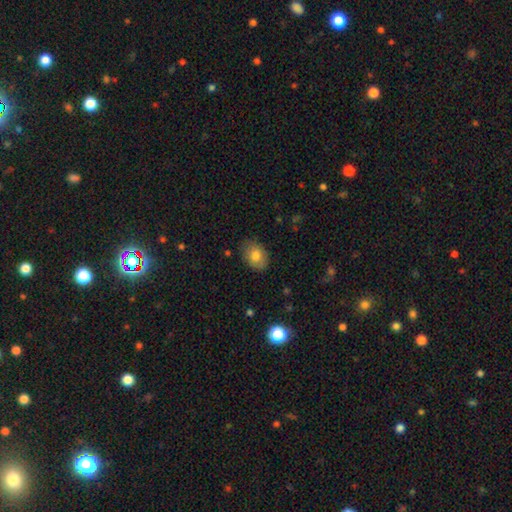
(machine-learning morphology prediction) type=smooth (79%); roundness=in between (70%); merging=none (82%).